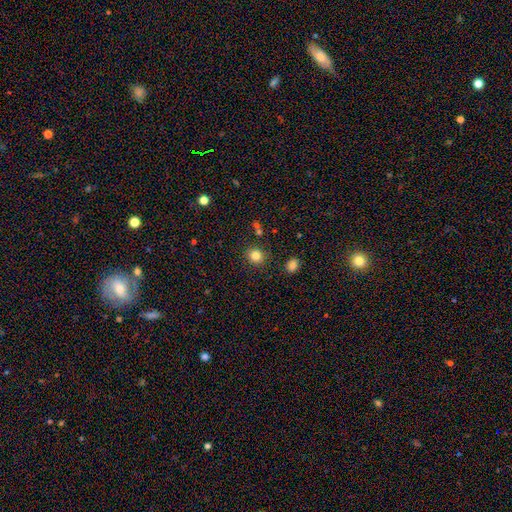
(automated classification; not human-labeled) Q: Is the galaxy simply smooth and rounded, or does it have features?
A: smooth — 83%.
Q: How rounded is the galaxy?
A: round — 84%.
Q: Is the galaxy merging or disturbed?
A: none — 87%.